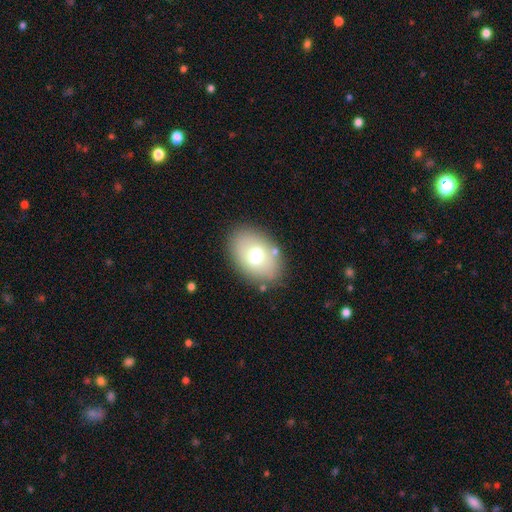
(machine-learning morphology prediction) smooth 68%, featured or disk 23%, star or artifact 10%. Down the decision tree: how rounded — in between (80%); merging — none (83%).